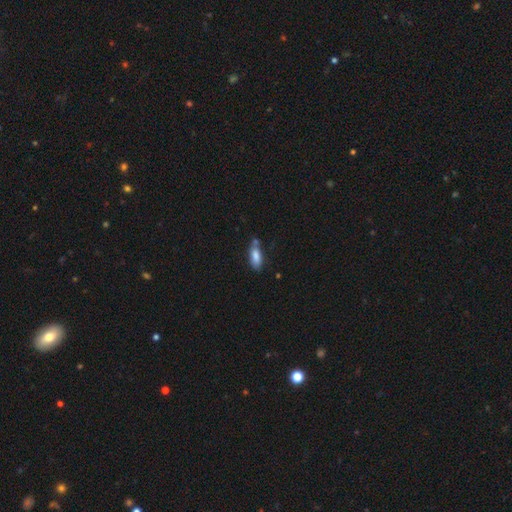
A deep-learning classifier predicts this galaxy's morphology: This is clearly a smooth galaxy (81%). How rounded: likely in between (72%). Merging: possibly none (55%).